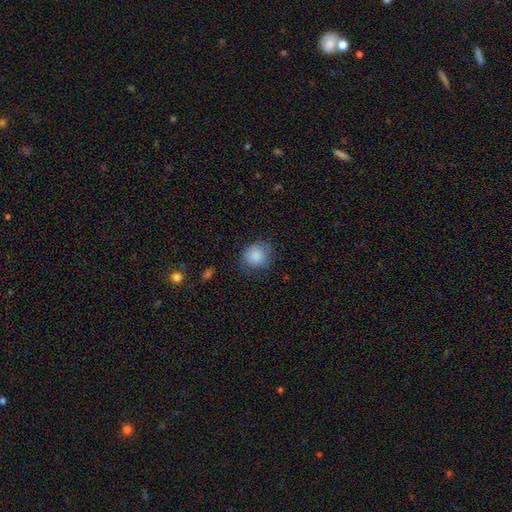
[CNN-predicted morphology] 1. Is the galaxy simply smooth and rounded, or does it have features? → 86% smooth, 8% star or artifact, 6% featured or disk.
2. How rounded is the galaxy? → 80% round, 19% in between, 1% cigar-shaped.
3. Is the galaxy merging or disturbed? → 72% none, 21% minor disturbance, 6% major disturbance, 1% merger.